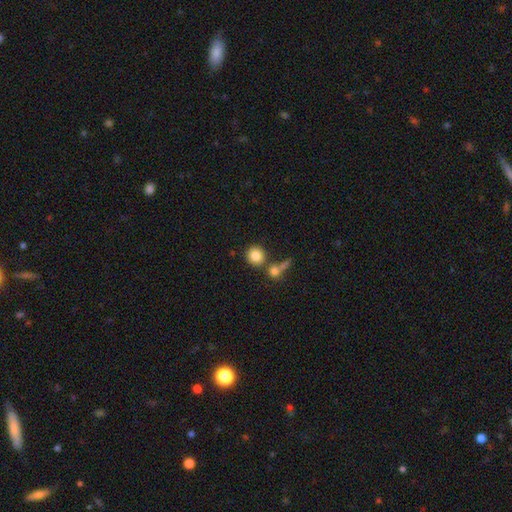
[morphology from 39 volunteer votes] Smooth or featured? 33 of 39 (85%) said smooth. How rounded? 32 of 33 (97%) said round. Merging? 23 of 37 (62%) said none.